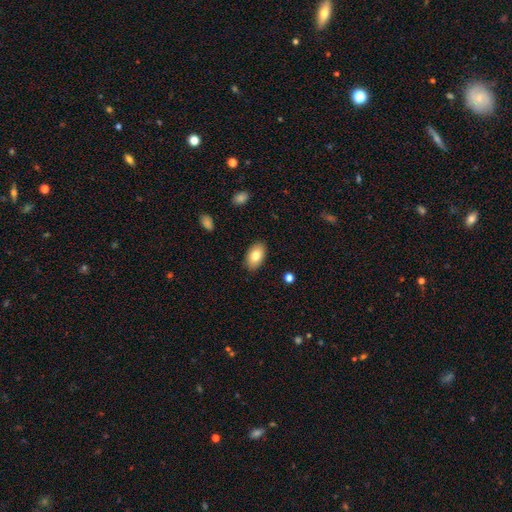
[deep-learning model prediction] Smooth or featured? smooth (80%)
How rounded? in between (93%)
Merging? none (88%)